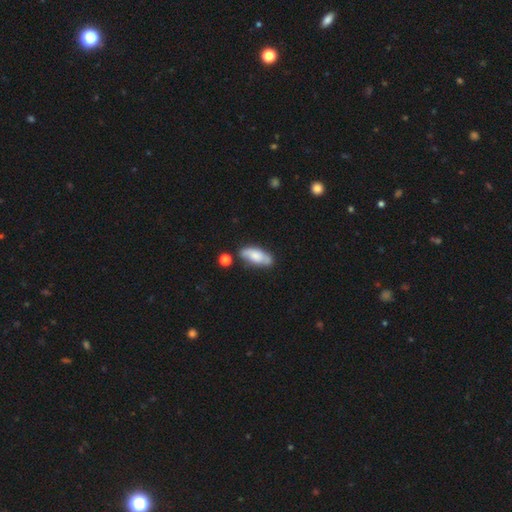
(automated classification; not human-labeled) Smooth or featured? smooth (63%)
How rounded? in between (79%)
Merging? none (68%)